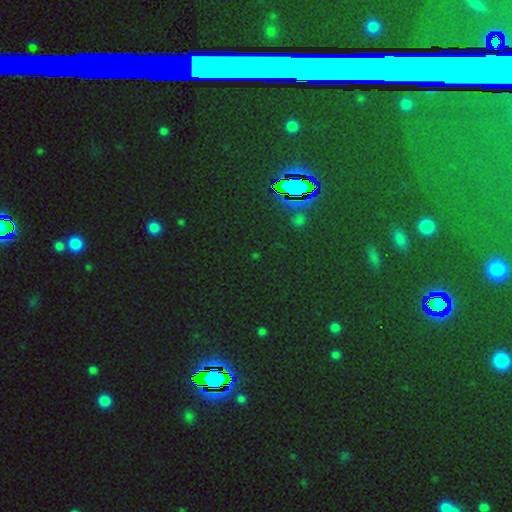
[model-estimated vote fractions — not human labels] Smooth or featured? Predicted: star or artifact (p=0.78).